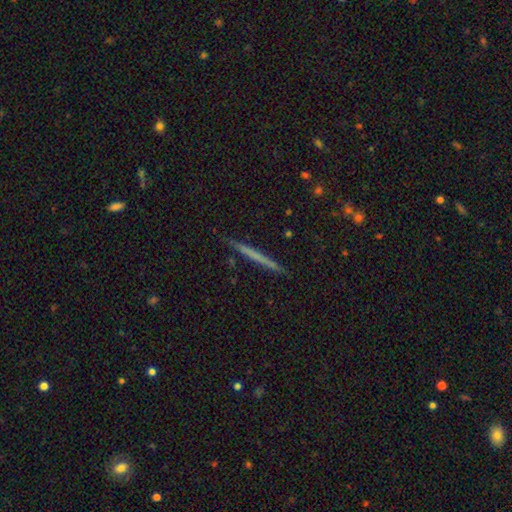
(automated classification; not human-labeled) Smooth or featured? Predicted: smooth (p=0.49). Merging? Predicted: none (p=0.91).